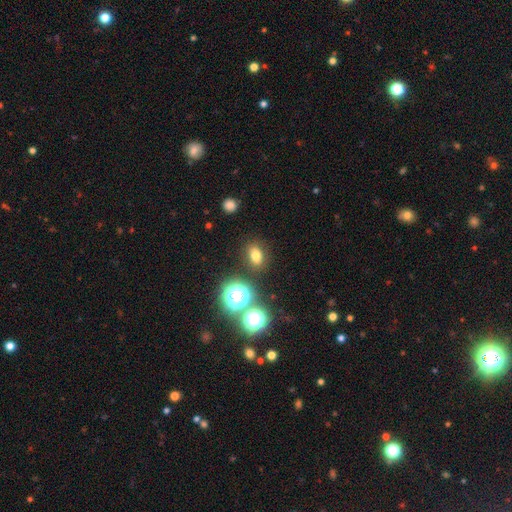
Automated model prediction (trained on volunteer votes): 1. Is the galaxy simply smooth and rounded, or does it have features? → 71% smooth, 20% star or artifact, 10% featured or disk.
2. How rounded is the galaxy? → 65% in between, 33% round, 2% cigar-shaped.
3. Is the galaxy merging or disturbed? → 84% none, 9% minor disturbance, 4% merger, 3% major disturbance.